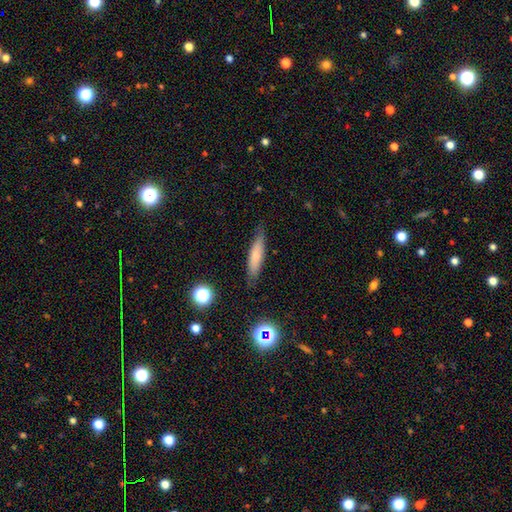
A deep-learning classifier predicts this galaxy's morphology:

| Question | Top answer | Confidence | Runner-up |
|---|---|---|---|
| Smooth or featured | smooth | 71% | featured or disk (21%) |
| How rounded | cigar-shaped | 78% | in between (20%) |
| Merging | none | 81% | minor disturbance (14%) |